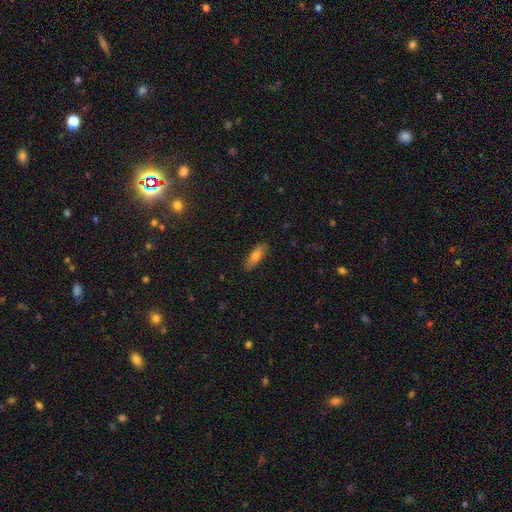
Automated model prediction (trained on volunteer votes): Smooth or featured?
  - smooth: 75% *
  - featured or disk: 18%
  - star or artifact: 7%
How rounded?
  - in between: 57% *
  - cigar-shaped: 40%
  - round: 2%
Merging?
  - none: 87% *
  - minor disturbance: 10%
  - major disturbance: 2%
  - merger: 1%